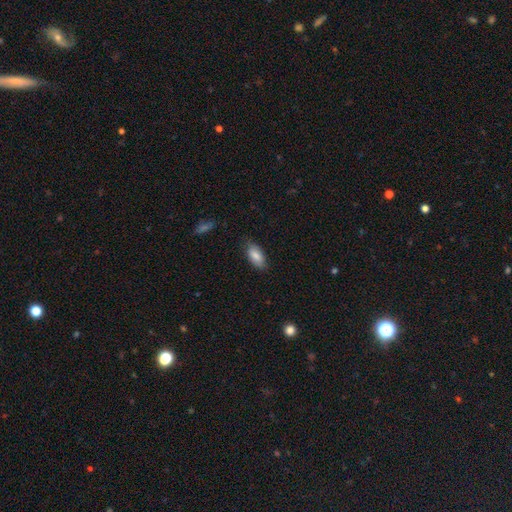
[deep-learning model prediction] A smooth galaxy with no disk features (83%) that is in between round and cigar-shaped (91%).

Vote fractions:
- Smooth or featured? smooth: 83% / featured or disk: 11% / star or artifact: 6%
- How rounded? in between: 91% / cigar-shaped: 7% / round: 2%
- Merging? none: 78% / minor disturbance: 17% / major disturbance: 3% / merger: 1%